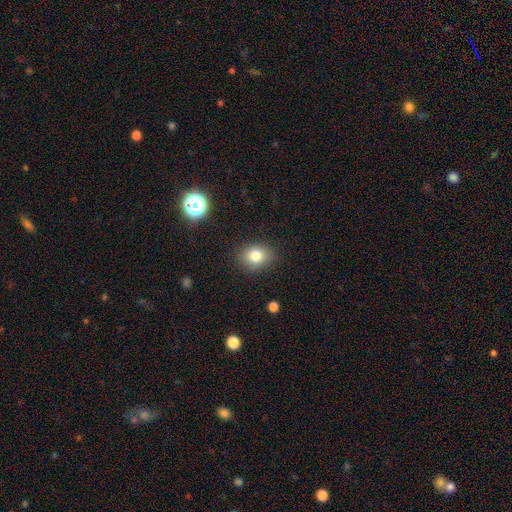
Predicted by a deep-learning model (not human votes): A smooth galaxy with no disk features (79%) that is round (55%). Merging: none (86%).